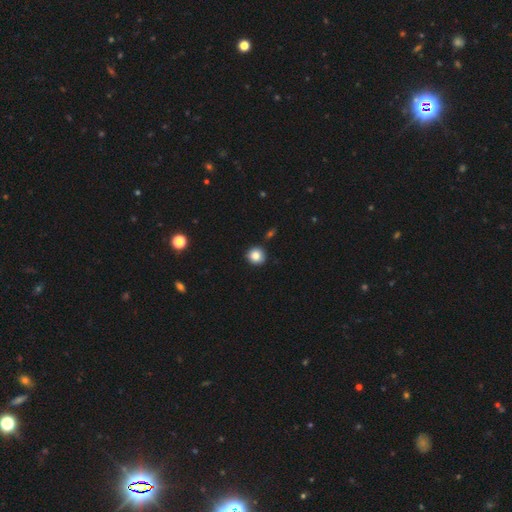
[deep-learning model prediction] This is clearly a smooth galaxy (85%). How rounded: clearly round (89%). Merging: clearly none (87%).